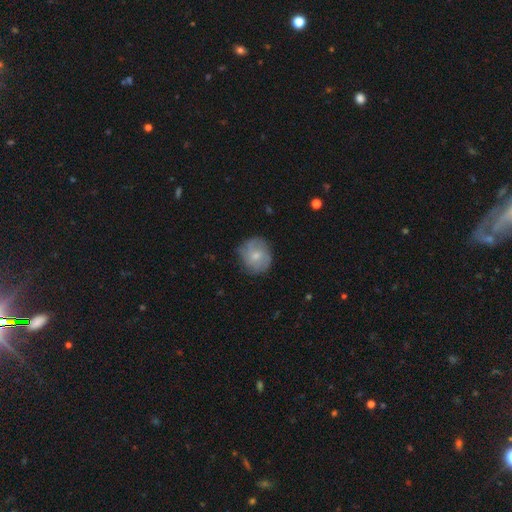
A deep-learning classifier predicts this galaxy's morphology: This appears to be a smooth galaxy with no disk features (55%) that is round (84%). Merging: none (73%).